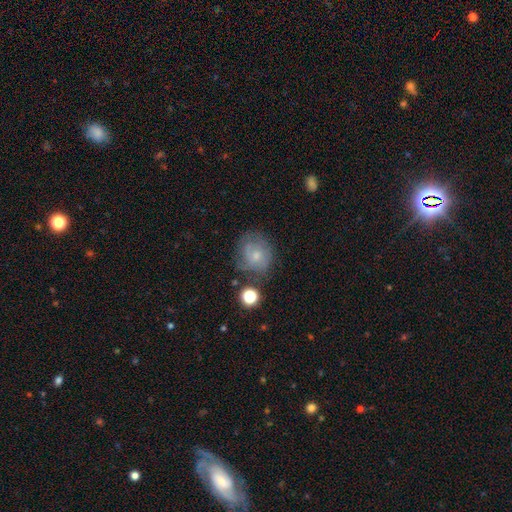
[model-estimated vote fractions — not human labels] The model was most divided on "smooth or featured": smooth: 52%, featured or disk: 36%, star or artifact: 12%. More confident: how rounded — round (76%); merging — none (56%).